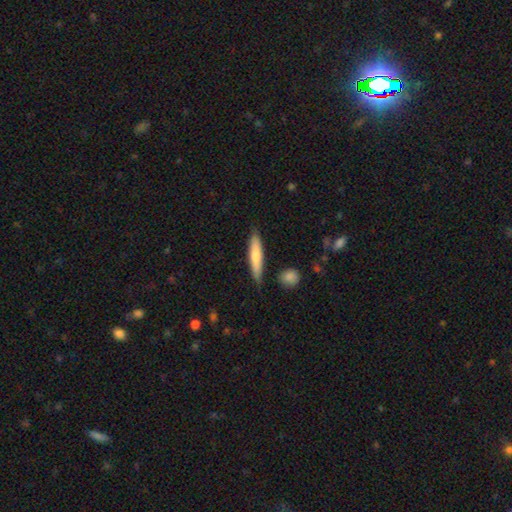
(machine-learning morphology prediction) Smooth or featured?
  - smooth: 67% *
  - featured or disk: 27%
  - star or artifact: 5%
How rounded?
  - cigar-shaped: 87% *
  - in between: 12%
  - round: 2%
Merging?
  - none: 81% *
  - minor disturbance: 13%
  - merger: 3%
  - major disturbance: 2%